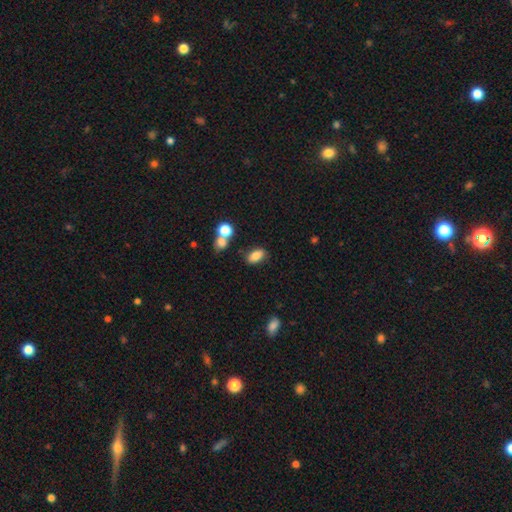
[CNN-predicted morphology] A smooth galaxy with no disk features (82%) that is in between round and cigar-shaped (87%). Merging: none (77%).